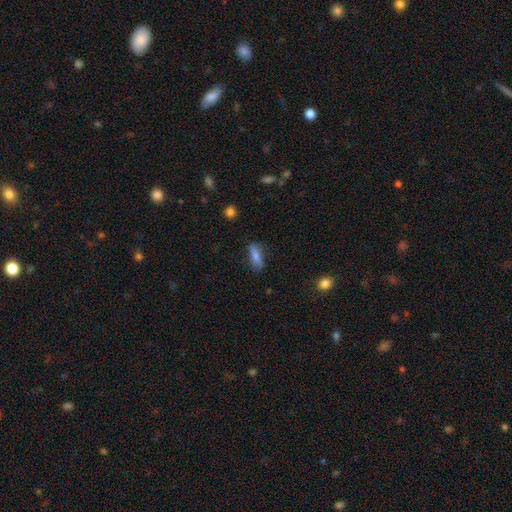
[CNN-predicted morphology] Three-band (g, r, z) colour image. It shows a smooth galaxy with no disk features (65%) that is cigar-shaped (49%). Merging: none (79%).